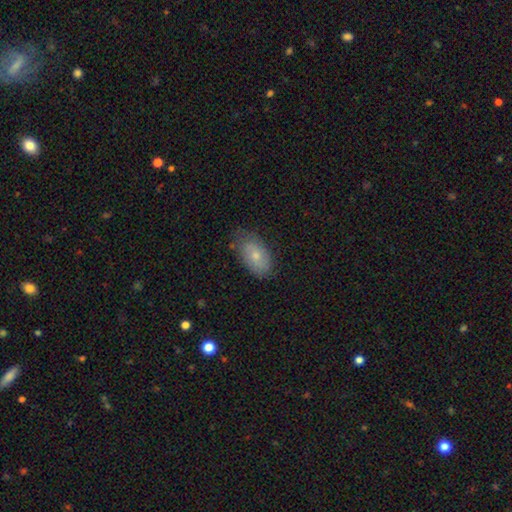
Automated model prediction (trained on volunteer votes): The model was most divided on "merging": none: 68%, minor disturbance: 25%, major disturbance: 5%, merger: 2%. More confident: how rounded — in between (93%); smooth or featured — smooth (69%).